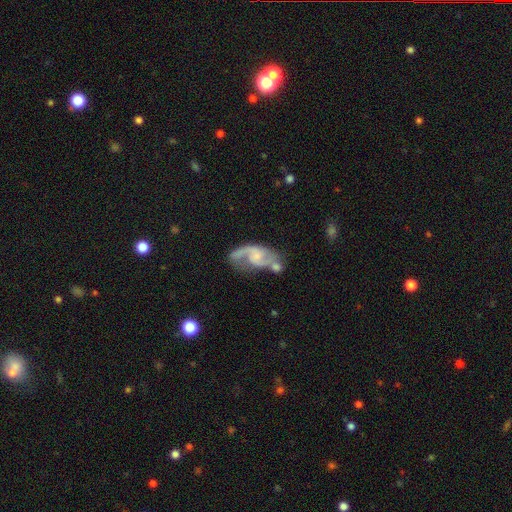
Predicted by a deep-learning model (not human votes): Smooth or featured? Predicted: featured or disk (p=0.82). Edge-on disk? Predicted: no (p=0.97). Bar? Predicted: no (p=0.51). Spiral arms? Predicted: yes (p=0.93). Spiral winding? Predicted: loose (p=0.51). Spiral arm count? Predicted: 2 (p=0.83). Bulge size? Predicted: small (p=0.46). Merging? Predicted: none (p=0.41).